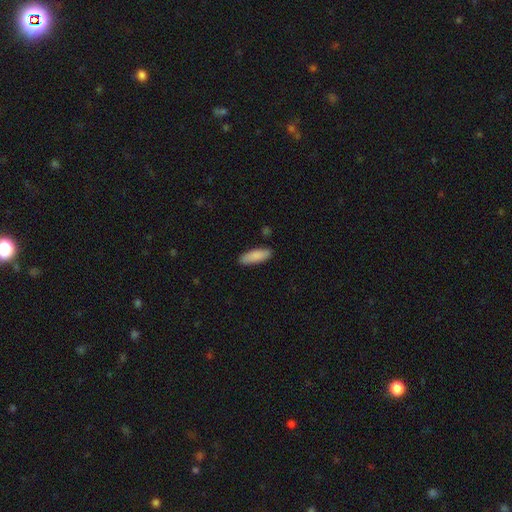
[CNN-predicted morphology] Q: Smooth or featured?
A: smooth (87%); runner-up: featured or disk (7%)
Q: How rounded?
A: in between (57%); runner-up: cigar-shaped (41%)
Q: Merging?
A: none (87%); runner-up: minor disturbance (10%)